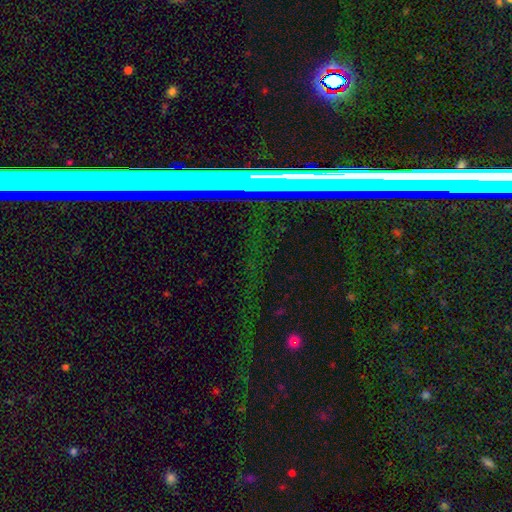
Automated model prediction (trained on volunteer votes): Smooth or featured? Predicted: star or artifact (p=0.67).